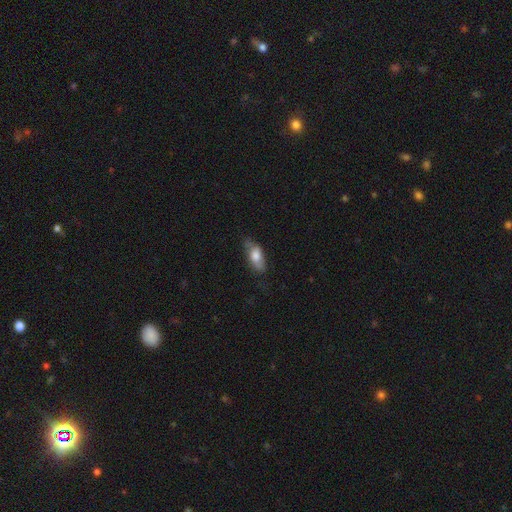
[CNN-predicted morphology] Smooth or featured? Predicted: smooth (p=0.66). How rounded? Predicted: in between (p=0.80). Merging? Predicted: none (p=0.67).